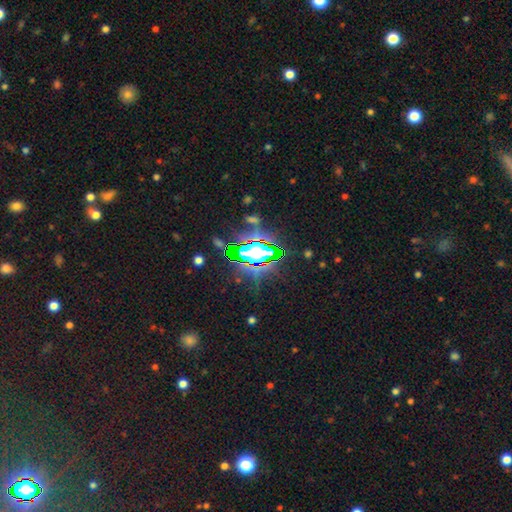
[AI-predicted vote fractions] This appears to be a star or artifact, not a galaxy (79%).